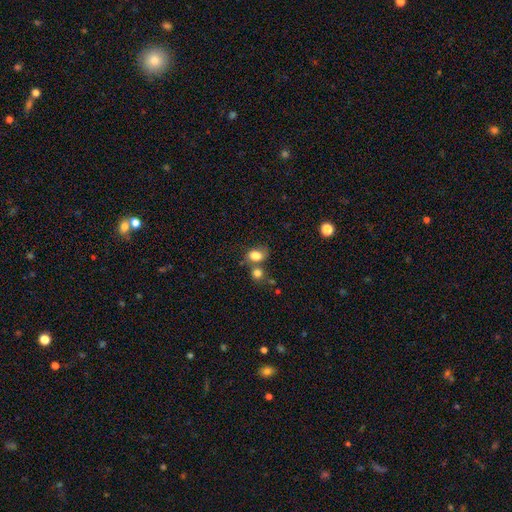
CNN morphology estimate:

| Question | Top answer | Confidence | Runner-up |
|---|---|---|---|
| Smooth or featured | smooth | 80% | star or artifact (10%) |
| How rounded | in between | 67% | round (31%) |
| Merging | none | 45% | merger (32%) |